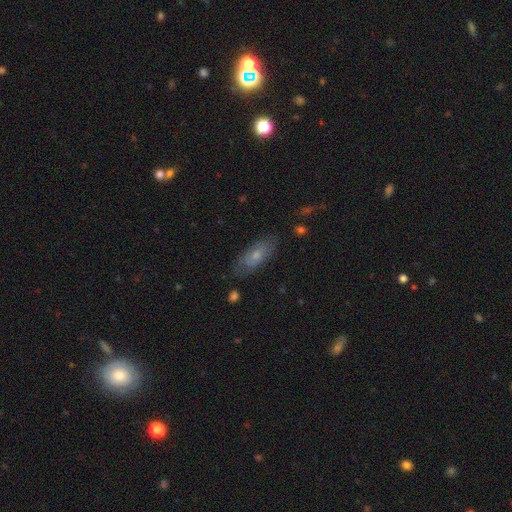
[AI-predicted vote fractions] Smooth or featured?
  - smooth: 61% *
  - featured or disk: 31%
  - star or artifact: 8%
How rounded?
  - in between: 77% *
  - cigar-shaped: 21%
  - round: 3%
Merging?
  - none: 75% *
  - minor disturbance: 19%
  - major disturbance: 5%
  - merger: 2%